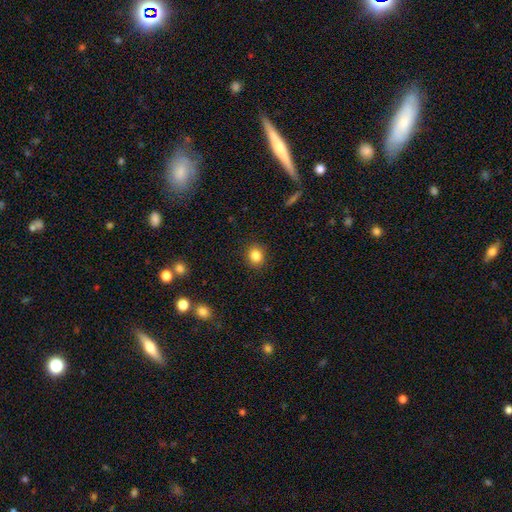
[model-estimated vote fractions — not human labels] Smooth or featured? smooth (84%)
How rounded? round (77%)
Merging? none (90%)